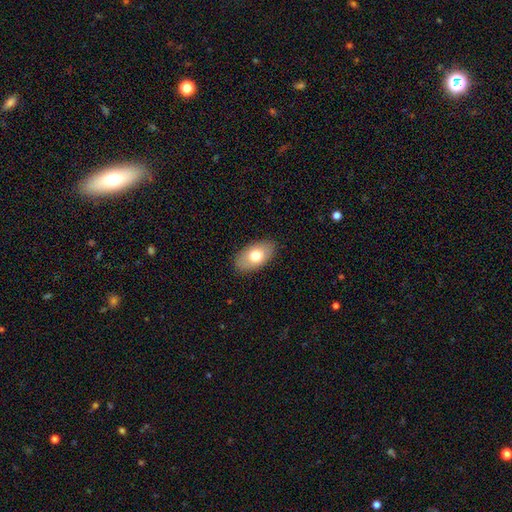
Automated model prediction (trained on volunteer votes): A smooth galaxy with no disk features (72%) that is in between round and cigar-shaped (93%). Merging: none (86%).